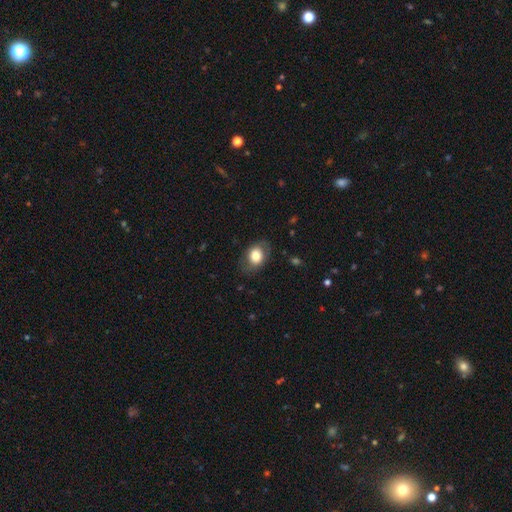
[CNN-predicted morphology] Smooth or featured? Predicted: smooth (p=0.73). How rounded? Predicted: in between (p=0.65). Merging? Predicted: none (p=0.75).